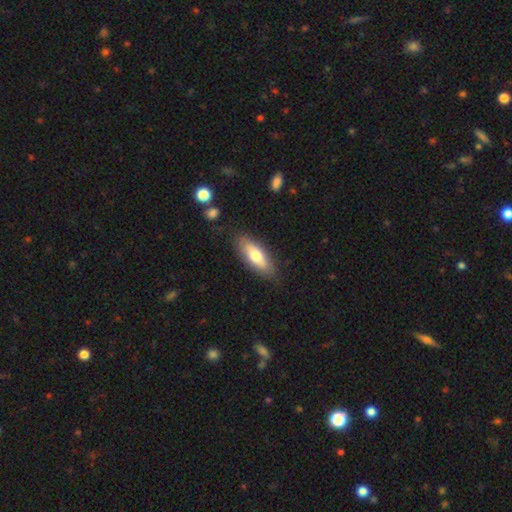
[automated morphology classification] This is likely a smooth galaxy (66%). How rounded: likely in between (70%). Merging: clearly none (81%).